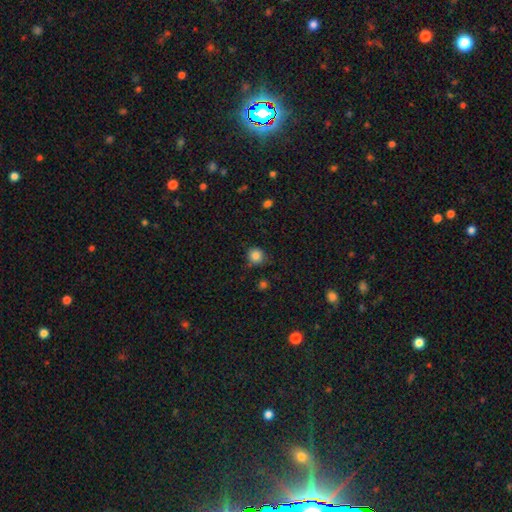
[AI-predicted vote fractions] smooth_or_featured: smooth (p=0.84) [alt: star or artifact p=0.11]
how_rounded: round (p=0.86) [alt: in between p=0.13]
merging: none (p=0.78) [alt: minor disturbance p=0.16]